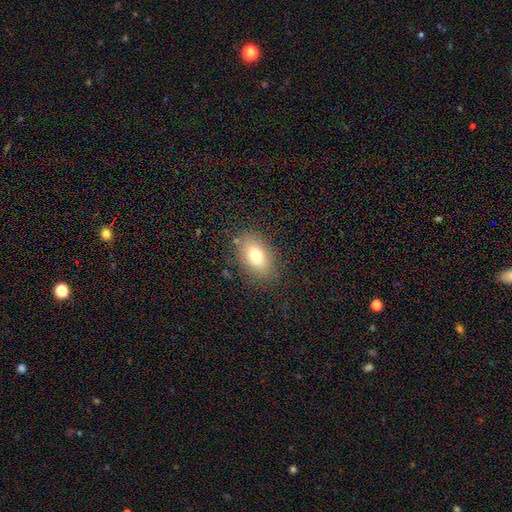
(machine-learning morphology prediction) Q: Smooth or featured?
A: smooth (74%); runner-up: featured or disk (15%)
Q: How rounded?
A: in between (82%); runner-up: round (16%)
Q: Merging?
A: none (82%); runner-up: minor disturbance (12%)